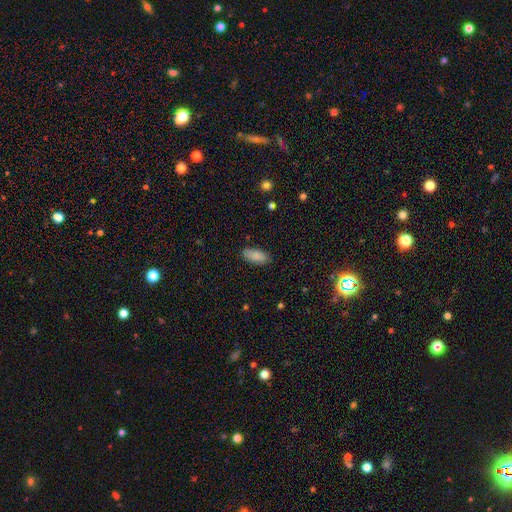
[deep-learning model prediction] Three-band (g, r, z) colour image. It shows a smooth galaxy with no disk features (88%) that is in between round and cigar-shaped (86%). Merging: none (85%).